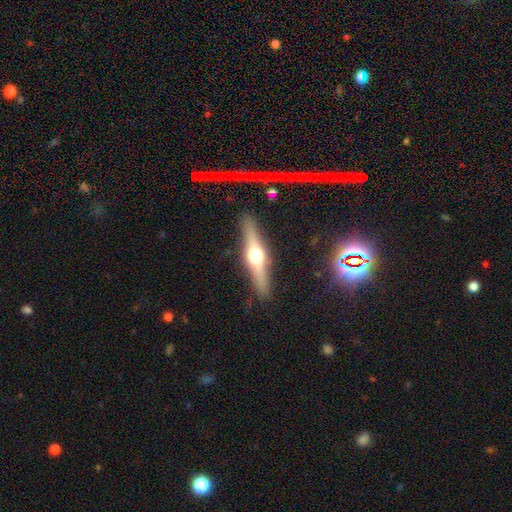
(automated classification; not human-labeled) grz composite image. It shows a featured or disk galaxy (67%) viewed edge-on (96%) with a rounded central bulge (95%). Merging: none (89%).